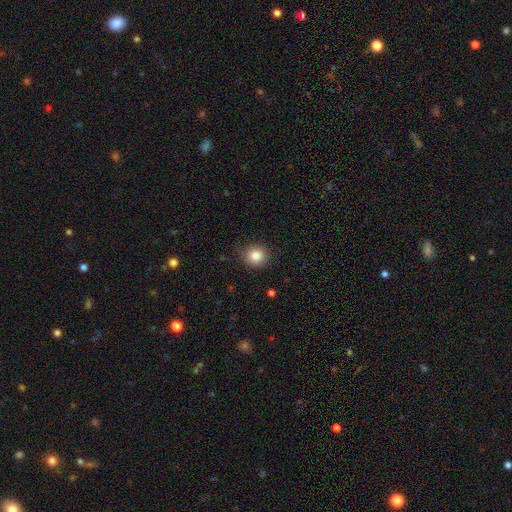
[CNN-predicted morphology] Q: Smooth or featured?
A: smooth (84%); runner-up: star or artifact (10%)
Q: How rounded?
A: round (88%); runner-up: in between (11%)
Q: Merging?
A: none (83%); runner-up: minor disturbance (13%)